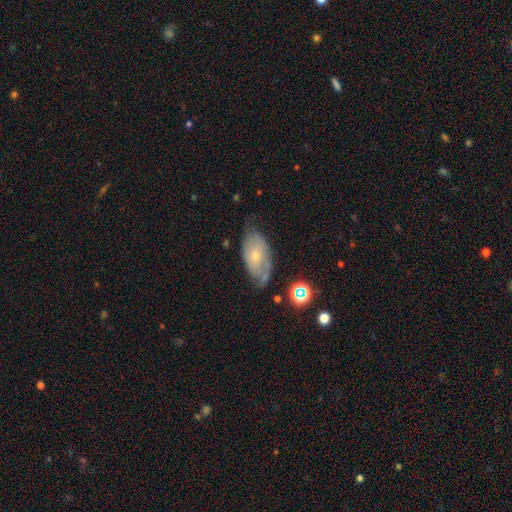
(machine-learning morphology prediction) Smooth or featured?
  - featured or disk: 57% *
  - smooth: 35%
  - star or artifact: 9%
Edge-on disk?
  - no: 92% *
  - yes: 8%
Bar?
  - no: 71% *
  - weak: 24%
  - strong: 5%
Spiral arms?
  - yes: 74% *
  - no: 26%
Bulge size?
  - small: 68% *
  - moderate: 27%
  - none: 3%
  - large: 1%
  - dominant: 1%
Merging?
  - none: 53% *
  - minor disturbance: 31%
  - major disturbance: 13%
  - merger: 3%